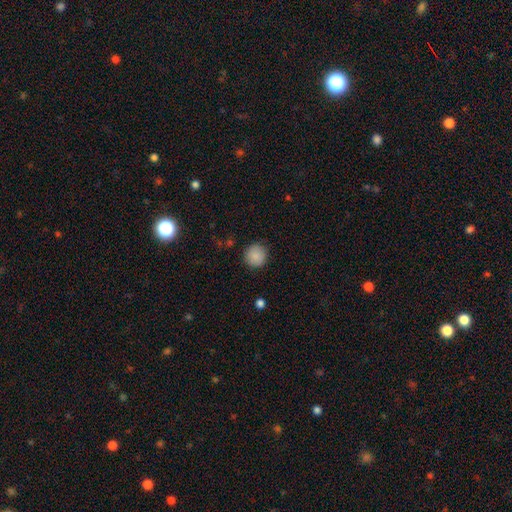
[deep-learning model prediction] Smooth or featured: smooth — 88% (star or artifact — 8%)
How rounded: round — 93% (in between — 6%)
Merging: none — 88% (minor disturbance — 9%)